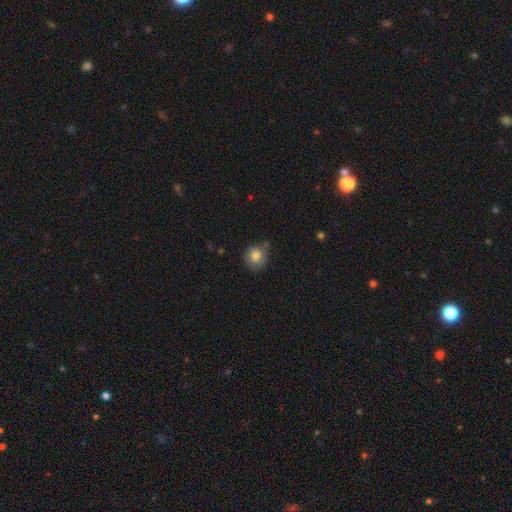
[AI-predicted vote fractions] smooth_or_featured: smooth (p=0.79) [alt: featured or disk p=0.12]
how_rounded: round (p=0.74) [alt: in between p=0.25]
merging: none (p=0.64) [alt: minor disturbance p=0.25]